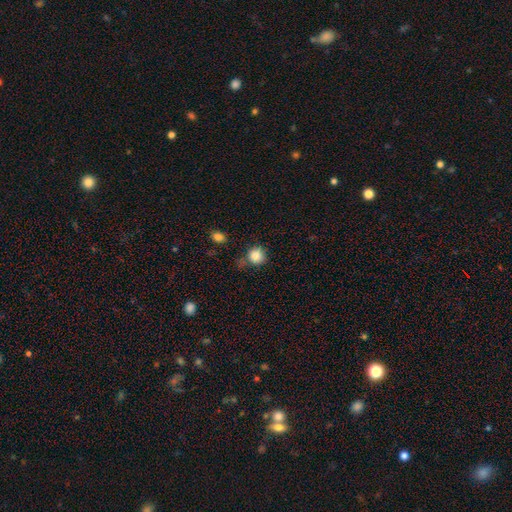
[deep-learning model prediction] This appears to be a smooth galaxy with no disk features (86%) that is round (90%). Merging: none (66%).